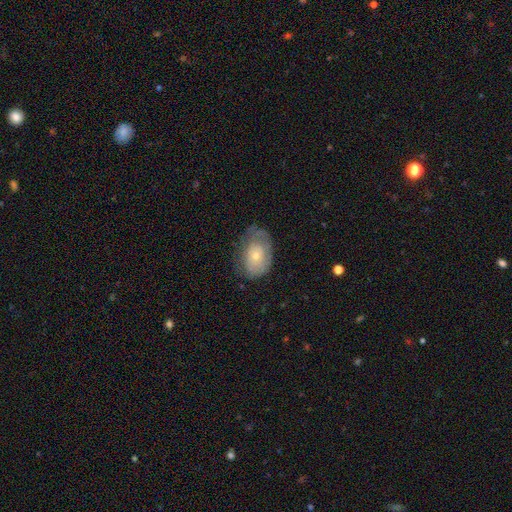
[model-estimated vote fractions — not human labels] Morphology: type=smooth (53%); roundness=in between (81%); merging=none (52%).